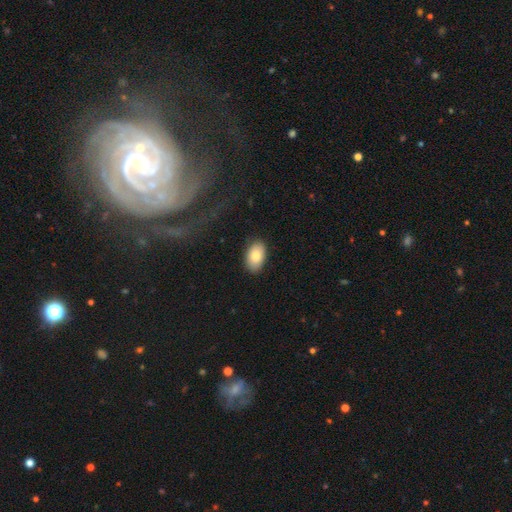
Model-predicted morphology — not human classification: Q: Smooth or featured?
A: smooth (81%); runner-up: featured or disk (12%)
Q: How rounded?
A: in between (92%); runner-up: round (6%)
Q: Merging?
A: none (86%); runner-up: minor disturbance (11%)